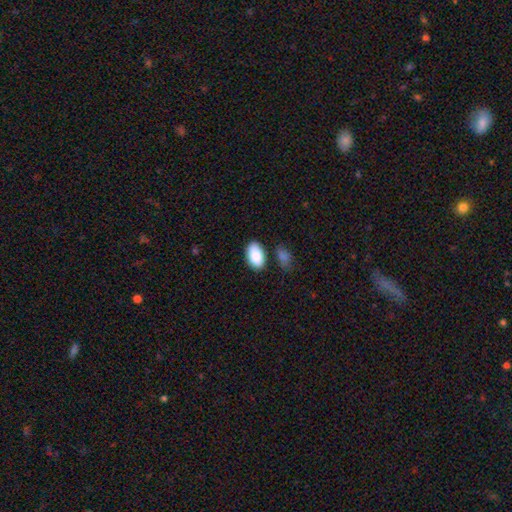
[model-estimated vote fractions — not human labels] Smooth or featured?
  - smooth: 89% *
  - star or artifact: 6%
  - featured or disk: 5%
How rounded?
  - in between: 94% *
  - round: 4%
  - cigar-shaped: 2%
Merging?
  - none: 74% *
  - minor disturbance: 15%
  - merger: 7%
  - major disturbance: 4%